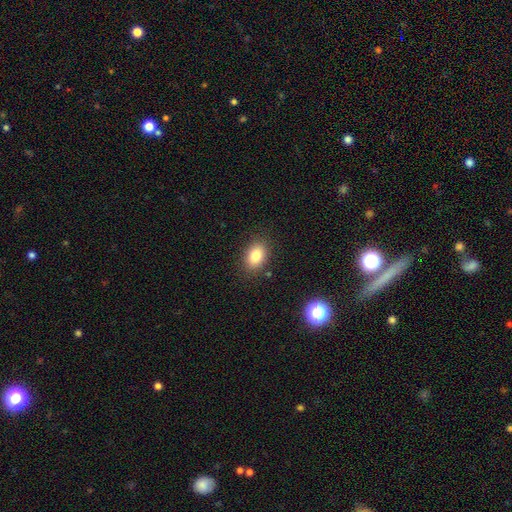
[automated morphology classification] Smooth or featured? Predicted: smooth (p=0.83). How rounded? Predicted: in between (p=0.83). Merging? Predicted: none (p=0.86).